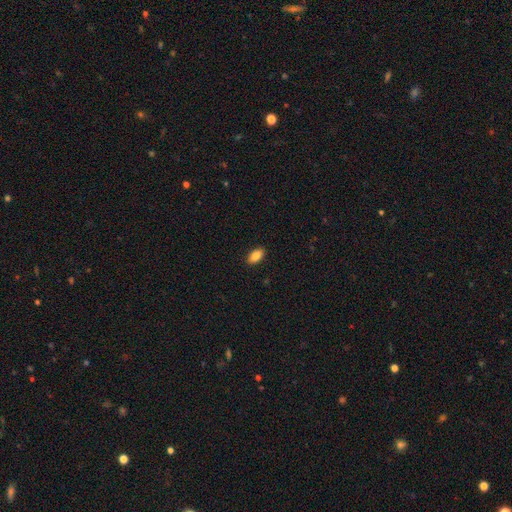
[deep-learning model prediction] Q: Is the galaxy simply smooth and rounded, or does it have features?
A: smooth — 87%.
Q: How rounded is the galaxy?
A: in between — 92%.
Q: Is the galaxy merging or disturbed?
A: none — 90%.